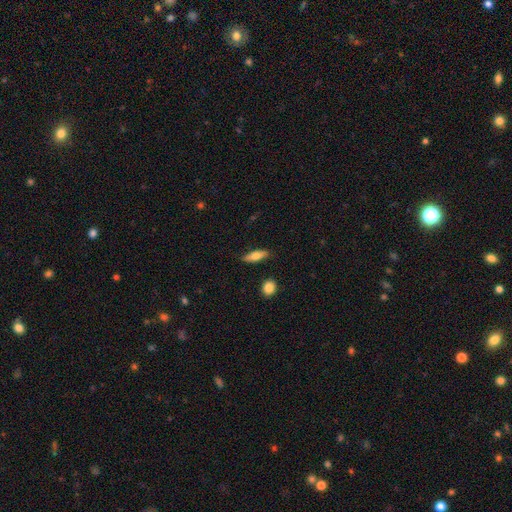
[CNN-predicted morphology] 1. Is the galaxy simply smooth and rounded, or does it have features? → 70% smooth, 24% featured or disk, 7% star or artifact.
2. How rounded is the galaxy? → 52% in between, 45% cigar-shaped, 3% round.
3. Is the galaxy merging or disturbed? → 84% none, 12% minor disturbance, 2% major disturbance, 2% merger.